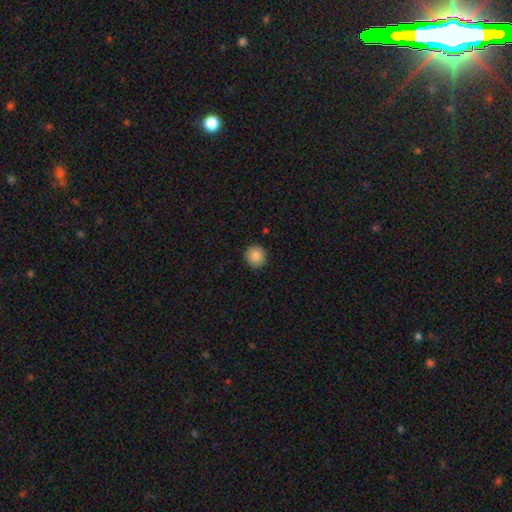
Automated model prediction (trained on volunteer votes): Morphology: type=smooth (86%); roundness=round (93%); merging=none (91%).